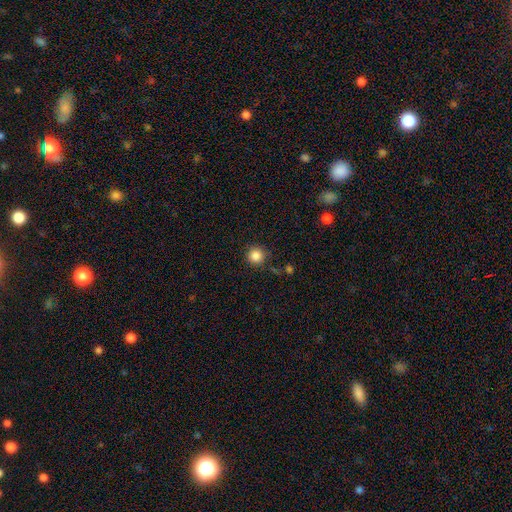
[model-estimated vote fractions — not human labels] Morphology: type=smooth (86%); roundness=round (95%); merging=none (86%).